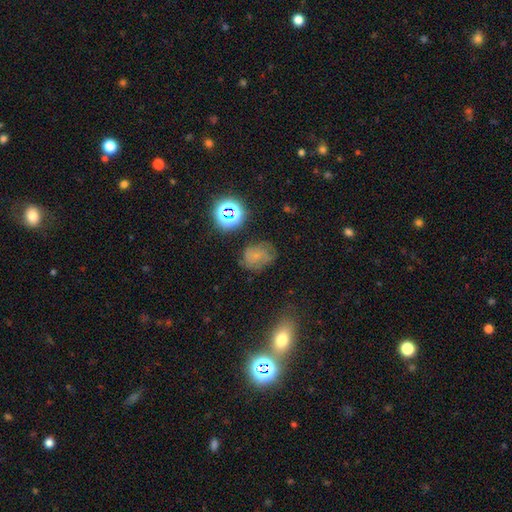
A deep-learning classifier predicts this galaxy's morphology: Smooth or featured? smooth (44%)
Merging? none (63%)